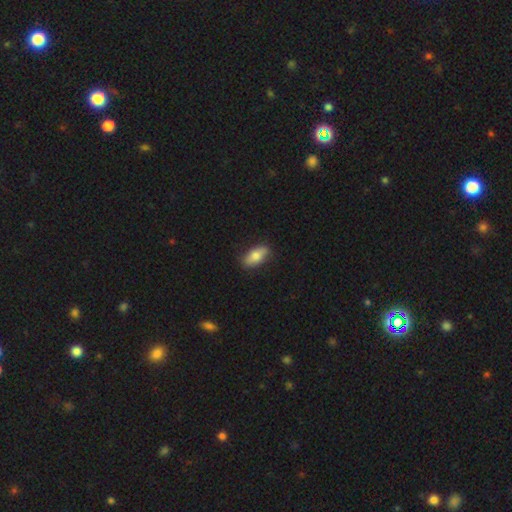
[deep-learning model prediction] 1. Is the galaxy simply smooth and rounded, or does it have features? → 75% smooth, 19% featured or disk, 6% star or artifact.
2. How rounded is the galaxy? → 83% in between, 13% cigar-shaped, 4% round.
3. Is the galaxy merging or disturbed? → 83% none, 14% minor disturbance, 2% major disturbance, 1% merger.